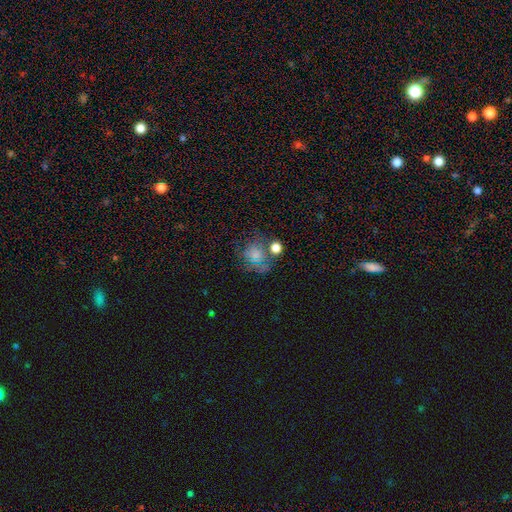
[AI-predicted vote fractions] Smooth or featured? Predicted: smooth (p=0.56). How rounded? Predicted: round (p=0.78). Merging? Predicted: none (p=0.58).